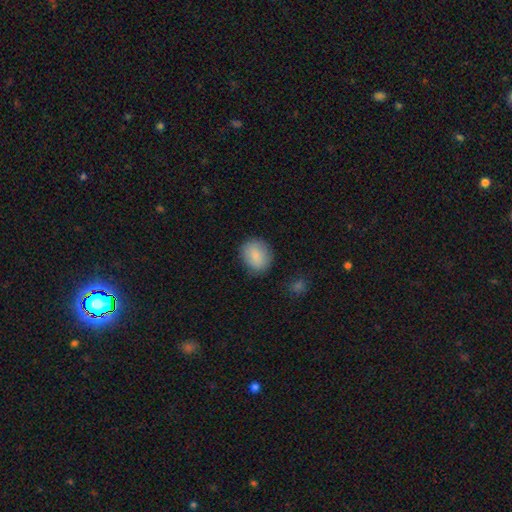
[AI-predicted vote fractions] Q: Smooth or featured?
A: smooth (86%); runner-up: star or artifact (7%)
Q: How rounded?
A: round (57%); runner-up: in between (42%)
Q: Merging?
A: none (82%); runner-up: minor disturbance (13%)